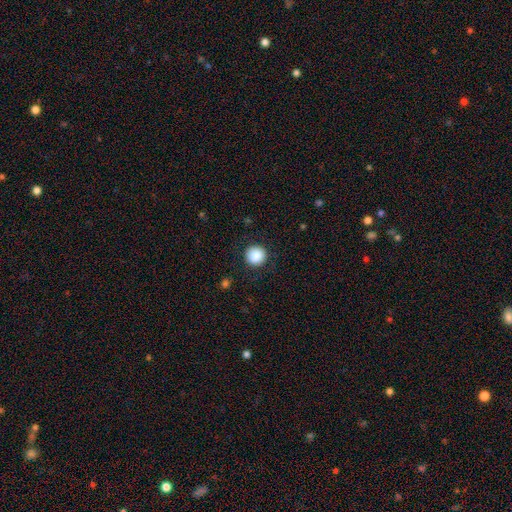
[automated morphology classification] A smooth galaxy with no disk features (88%) that is round (96%). Merging: none (90%).